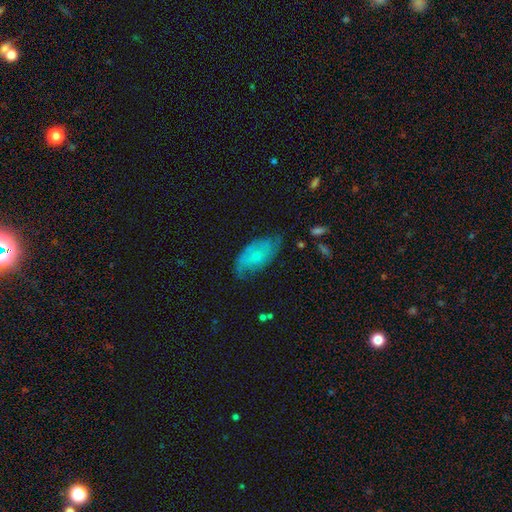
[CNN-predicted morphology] Smooth or featured: smooth — 49% (featured or disk — 44%)
Merging: none — 61% (minor disturbance — 28%)